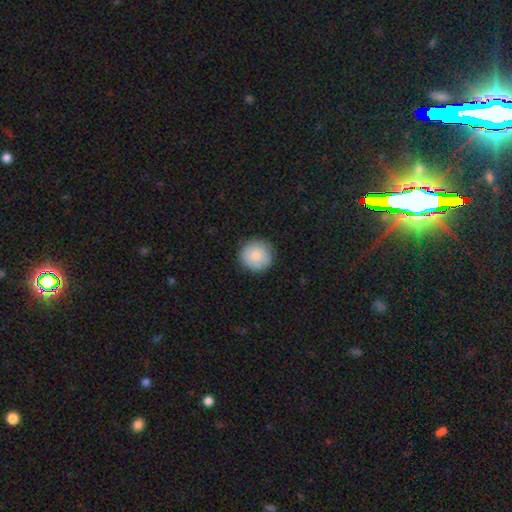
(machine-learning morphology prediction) smooth 82%, featured or disk 11%, star or artifact 7%. Down the decision tree: how rounded — round (94%); merging — none (85%).